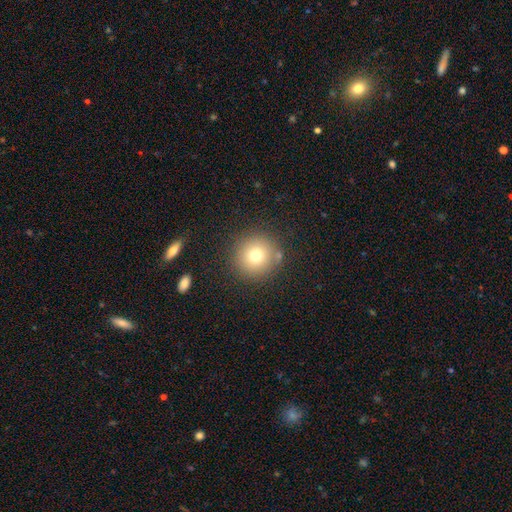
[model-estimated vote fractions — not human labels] Smooth or featured? smooth (75%)
How rounded? round (95%)
Merging? none (86%)